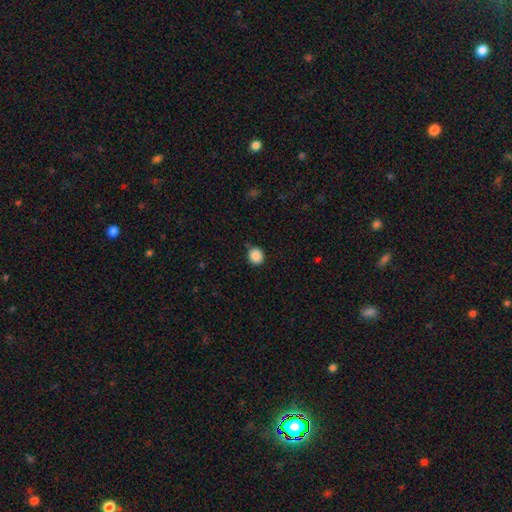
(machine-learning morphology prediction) Q: Smooth or featured?
A: smooth (88%); runner-up: star or artifact (9%)
Q: How rounded?
A: round (81%); runner-up: in between (18%)
Q: Merging?
A: none (84%); runner-up: minor disturbance (11%)